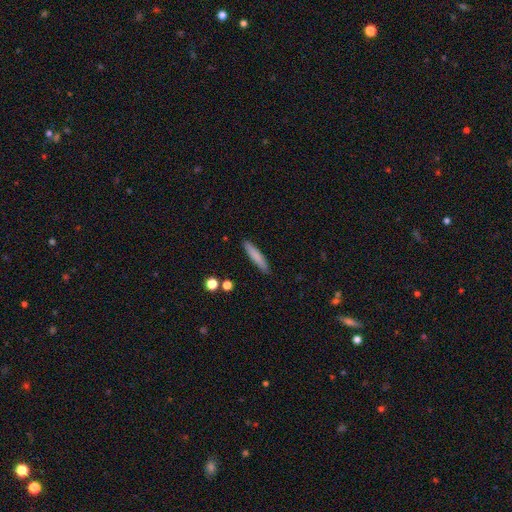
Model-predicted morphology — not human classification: smooth 79%, featured or disk 15%, star or artifact 7%. Down the decision tree: how rounded — cigar-shaped (90%); merging — none (88%).